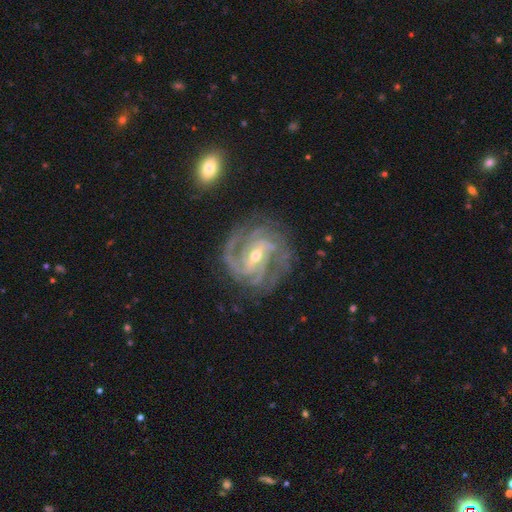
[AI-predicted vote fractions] smooth-or-featured: featured or disk: 93% | star or artifact: 4% | smooth: 3%
  disk-edge-on: no: 97% | yes: 3%
    bar: weak: 43% | strong: 42% | no: 15%
    has-spiral-arms: yes: 98% | no: 2%
      spiral-winding: tight: 60% | medium: 35% | loose: 5%
      spiral-arm-count: 3: 39% | 4: 22% | 2: 17% | can't tell: 11% | more than 4: 6% | 1: 5%
    bulge-size: moderate: 51% | small: 46% | large: 2% | none: 1% | dominant: 1%
  merging: none: 75% | minor disturbance: 16% | major disturbance: 7% | merger: 2%